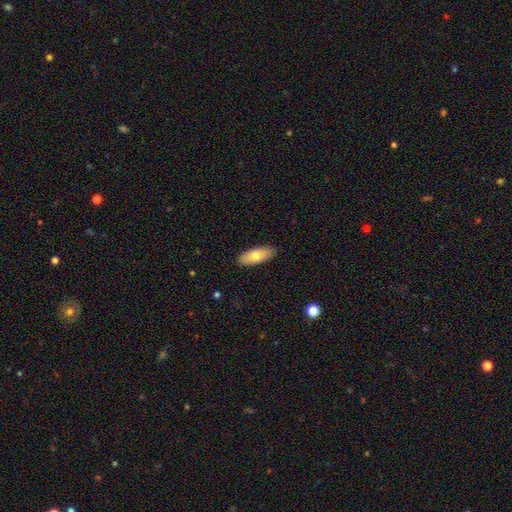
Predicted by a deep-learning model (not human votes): Morphology: type=smooth (73%); roundness=in between (77%); merging=none (88%).